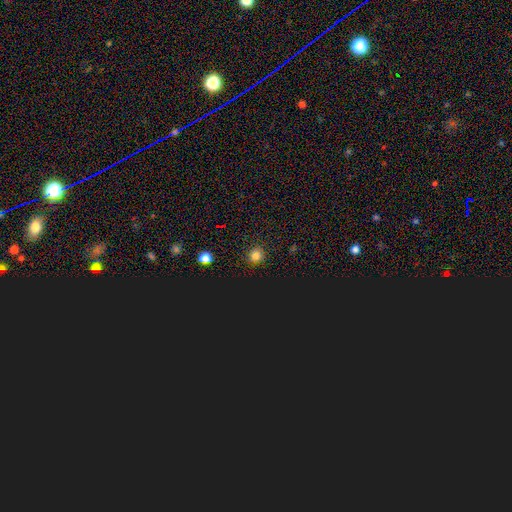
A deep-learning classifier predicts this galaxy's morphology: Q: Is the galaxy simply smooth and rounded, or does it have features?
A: smooth — 78%.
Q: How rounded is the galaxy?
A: round — 90%.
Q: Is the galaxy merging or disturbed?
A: none — 90%.